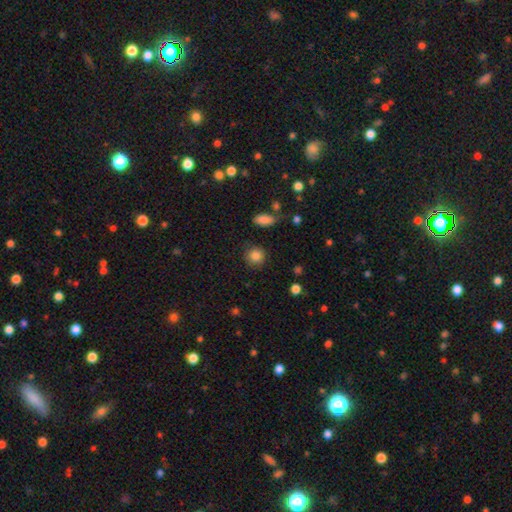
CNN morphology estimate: This appears to be a smooth galaxy with no disk features (85%) that is round (88%). Merging: none (84%).